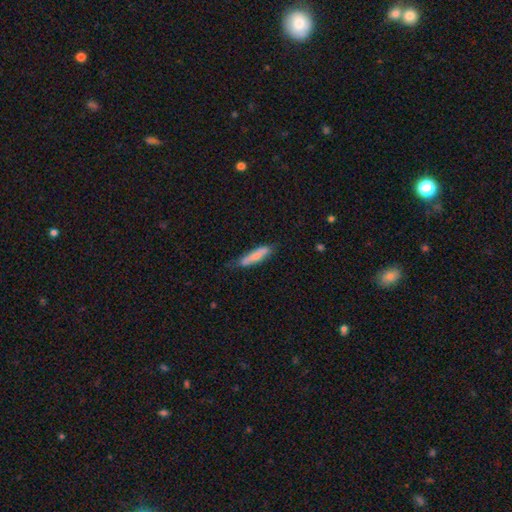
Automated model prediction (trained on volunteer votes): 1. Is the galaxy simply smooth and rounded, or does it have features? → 72% smooth, 22% featured or disk, 6% star or artifact.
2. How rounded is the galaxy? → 78% cigar-shaped, 21% in between, 1% round.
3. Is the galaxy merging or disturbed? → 68% none, 25% minor disturbance, 5% major disturbance, 2% merger.